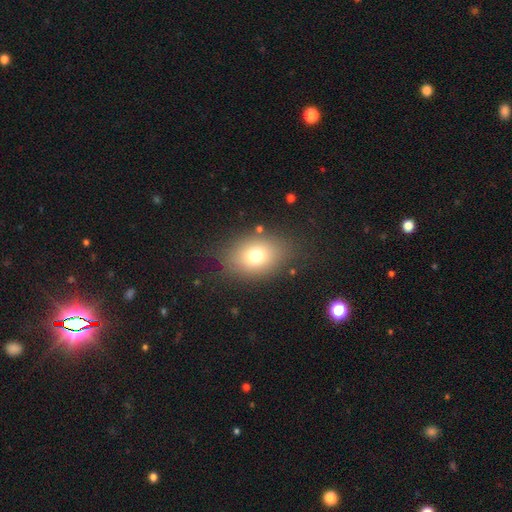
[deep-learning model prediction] Smooth or featured: smooth — 73% (featured or disk — 14%)
How rounded: in between — 65% (round — 34%)
Merging: none — 79% (minor disturbance — 13%)